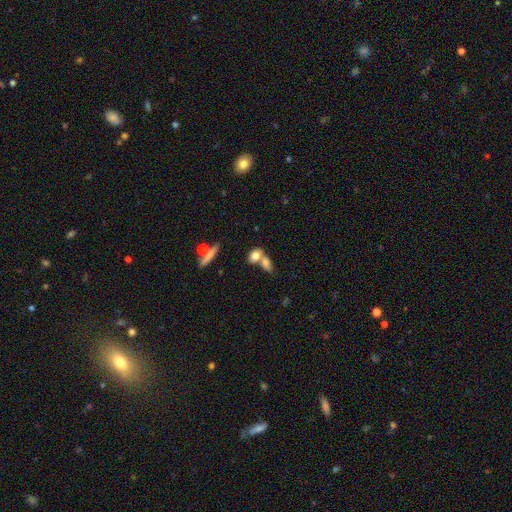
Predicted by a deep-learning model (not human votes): A smooth galaxy with no disk features (76%) that is in between round and cigar-shaped (74%). Merging: merger (49%).